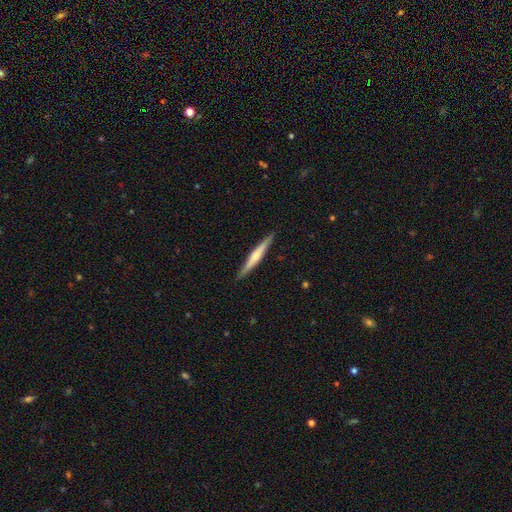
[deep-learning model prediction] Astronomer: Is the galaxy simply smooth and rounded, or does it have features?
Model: featured or disk — 58% (runner-up: smooth, 36%).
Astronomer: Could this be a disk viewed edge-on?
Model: yes — 97%.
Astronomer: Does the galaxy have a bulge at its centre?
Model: rounded — 70%.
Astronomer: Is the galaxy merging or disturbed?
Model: none — 90%.